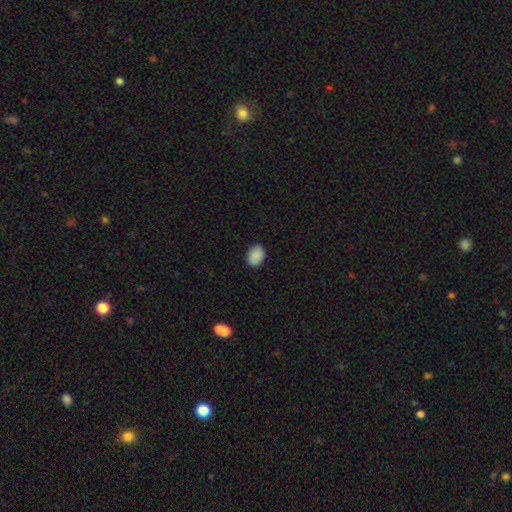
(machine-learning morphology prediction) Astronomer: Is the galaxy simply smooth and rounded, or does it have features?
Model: smooth — 89%.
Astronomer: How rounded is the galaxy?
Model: in between — 75%.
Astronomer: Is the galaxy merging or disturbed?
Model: none — 86%.